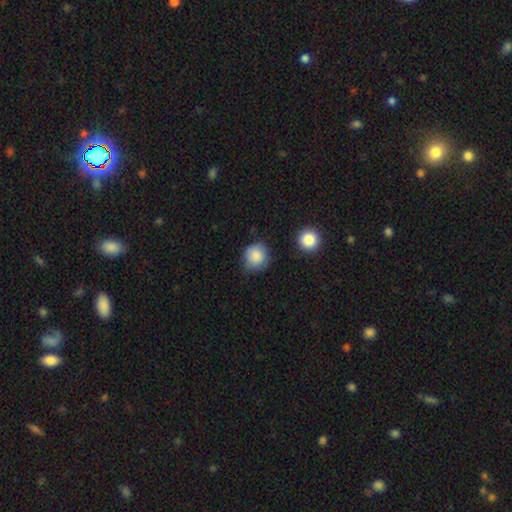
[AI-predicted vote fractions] This appears to be a smooth galaxy with no disk features (87%) that is round (87%). Merging: none (75%).